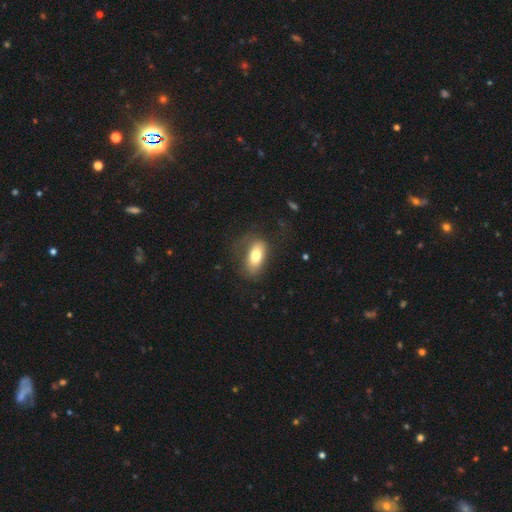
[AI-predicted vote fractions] This appears to be a smooth galaxy with no disk features (73%) that is in between round and cigar-shaped (88%). Merging: none (63%).